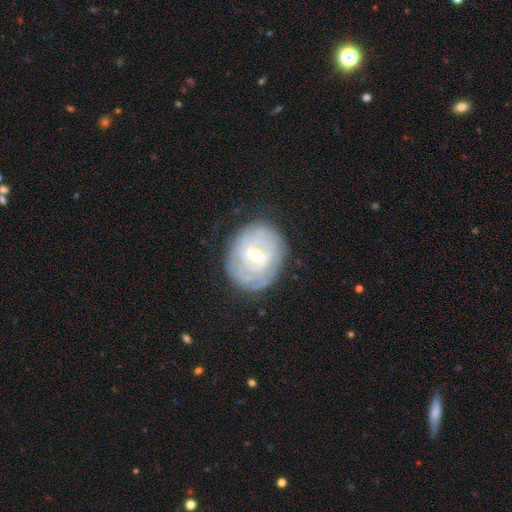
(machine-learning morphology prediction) Smooth or featured: featured or disk — 79% (smooth — 15%)
Edge-on disk: no — 97% (yes — 3%)
Bar: weak — 56% (strong — 22%)
Spiral arms: yes — 84% (no — 16%)
Spiral winding: tight — 79% (medium — 16%)
Spiral arm count: can't tell — 52% (2 — 21%)
Bulge size: moderate — 53% (small — 43%)
Merging: none — 79% (minor disturbance — 15%)